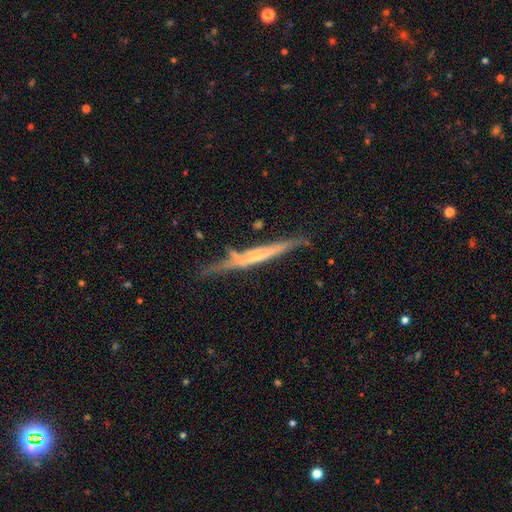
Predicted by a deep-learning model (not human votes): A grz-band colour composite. It shows a featured or disk galaxy (66%) viewed edge-on (93%) with no central bulge (61%). Merging: none (65%).